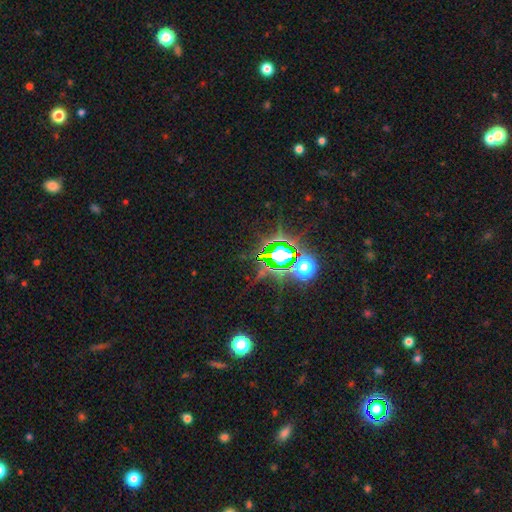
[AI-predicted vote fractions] star or artifact 80%, smooth 12%, featured or disk 8%.